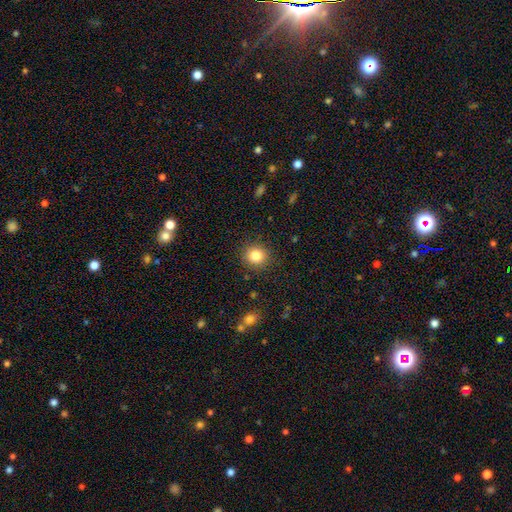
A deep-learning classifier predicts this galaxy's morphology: Smooth or featured?
  - smooth: 84% *
  - star or artifact: 11%
  - featured or disk: 6%
How rounded?
  - round: 88% *
  - in between: 11%
  - cigar-shaped: 1%
Merging?
  - none: 89% *
  - minor disturbance: 7%
  - major disturbance: 3%
  - merger: 1%